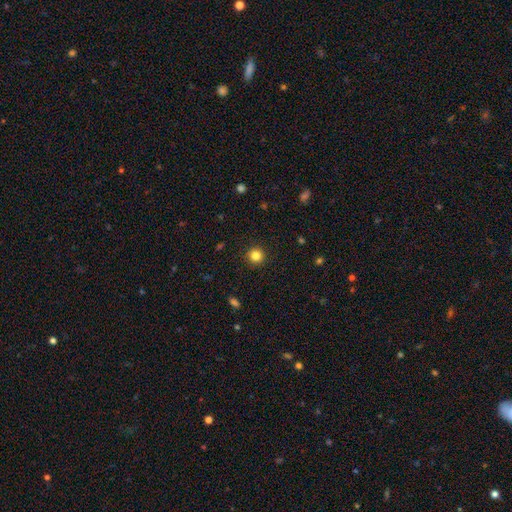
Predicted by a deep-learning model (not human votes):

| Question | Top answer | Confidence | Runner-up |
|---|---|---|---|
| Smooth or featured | smooth | 83% | star or artifact (12%) |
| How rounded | round | 95% | in between (4%) |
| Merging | none | 92% | minor disturbance (5%) |